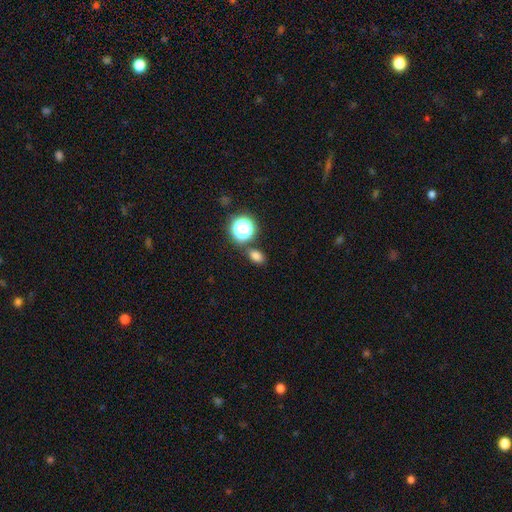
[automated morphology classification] The model was most divided on "how rounded": in between: 68%, round: 30%, cigar-shaped: 1%. More confident: merging — none (77%); smooth or featured — smooth (75%).